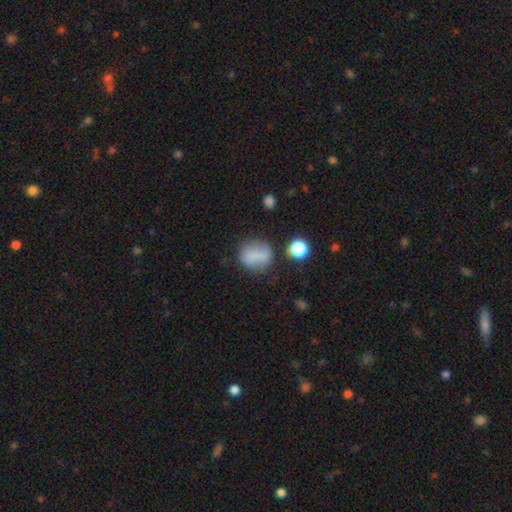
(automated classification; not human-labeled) Smooth or featured?
  - smooth: 72% *
  - featured or disk: 17%
  - star or artifact: 11%
How rounded?
  - round: 67% *
  - in between: 31%
  - cigar-shaped: 2%
Merging?
  - none: 63% *
  - minor disturbance: 21%
  - major disturbance: 9%
  - merger: 7%